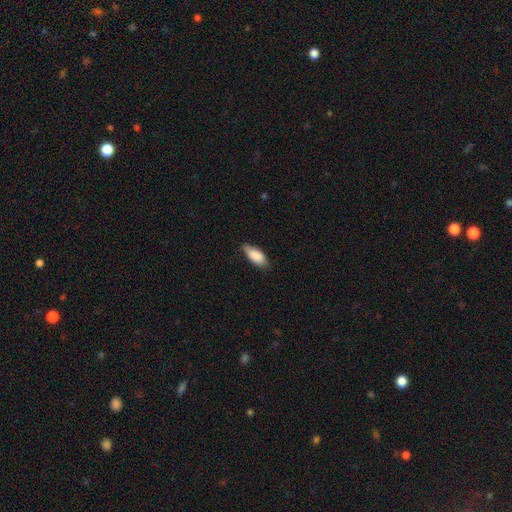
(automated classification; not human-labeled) This appears to be a smooth galaxy with no disk features (87%) that is in between round and cigar-shaped (84%). Merging: none (71%).